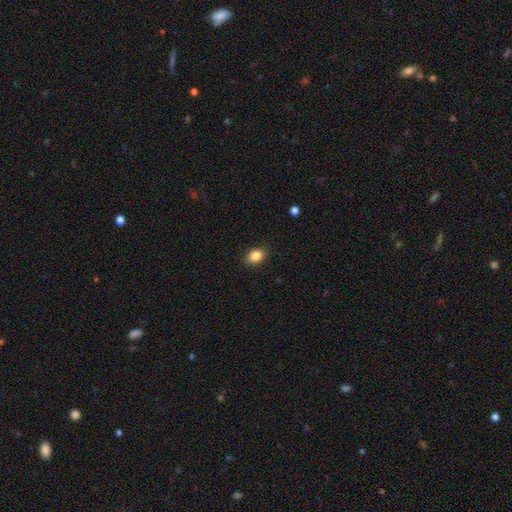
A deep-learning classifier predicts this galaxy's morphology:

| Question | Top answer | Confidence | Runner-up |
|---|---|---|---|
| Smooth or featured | smooth | 87% | star or artifact (9%) |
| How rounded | in between | 73% | round (26%) |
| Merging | none | 87% | minor disturbance (9%) |